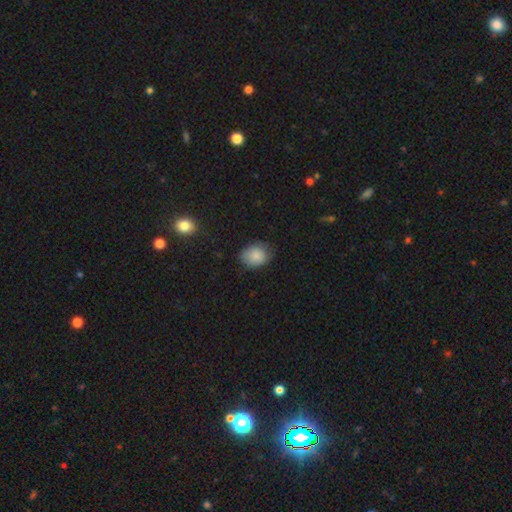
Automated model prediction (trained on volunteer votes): Smooth or featured? Predicted: smooth (p=0.85). How rounded? Predicted: in between (p=0.58). Merging? Predicted: none (p=0.71).